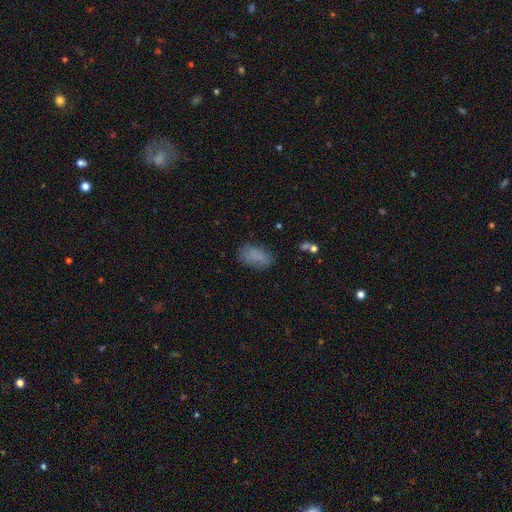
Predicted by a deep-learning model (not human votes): smooth-or-featured: smooth: 81% | star or artifact: 10% | featured or disk: 9%
  how-rounded: in between: 91% | round: 6% | cigar-shaped: 3%
  merging: none: 71% | minor disturbance: 20% | major disturbance: 7% | merger: 2%